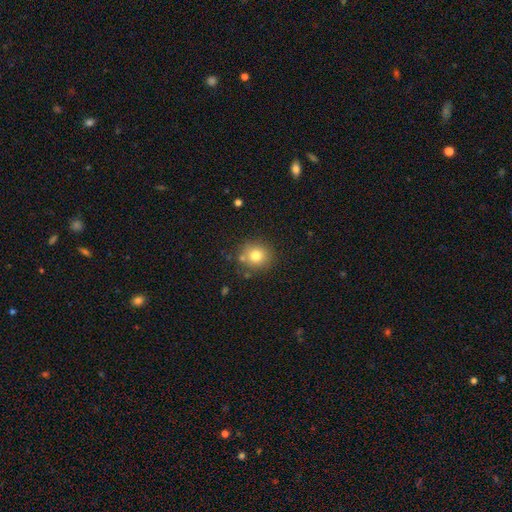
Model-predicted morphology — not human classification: Q: Smooth or featured?
A: smooth (78%); runner-up: star or artifact (12%)
Q: How rounded?
A: round (88%); runner-up: in between (11%)
Q: Merging?
A: none (80%); runner-up: minor disturbance (11%)